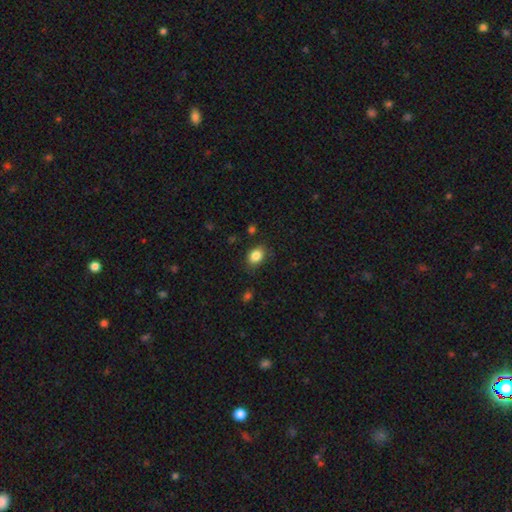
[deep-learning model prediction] This appears to be a smooth galaxy with no disk features (85%) that is in between round and cigar-shaped (70%). Merging: none (82%).